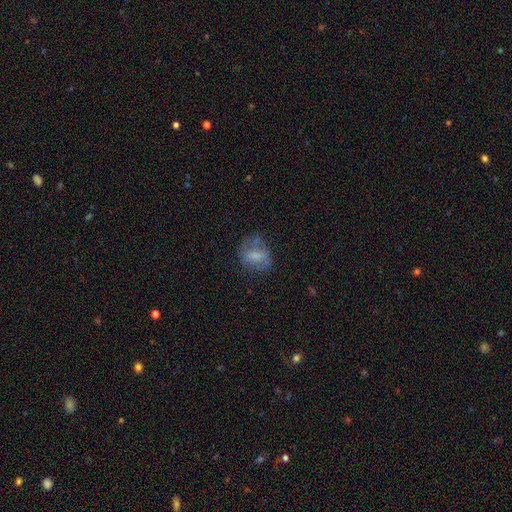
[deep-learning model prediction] Smooth or featured? Predicted: smooth (p=0.61). How rounded? Predicted: in between (p=0.51). Merging? Predicted: none (p=0.55).